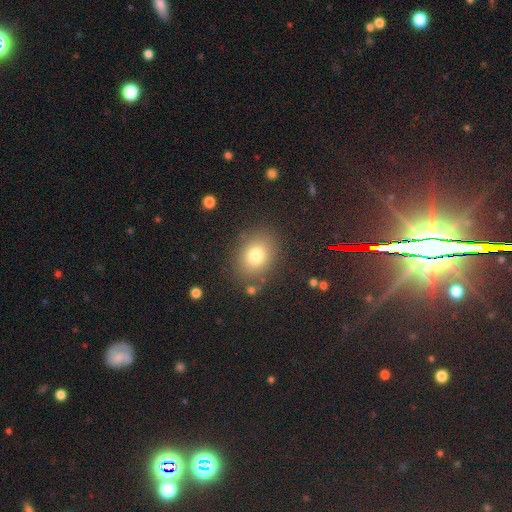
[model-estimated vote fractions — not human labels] Morphology: type=smooth (78%); roundness=in between (51%); merging=none (82%).